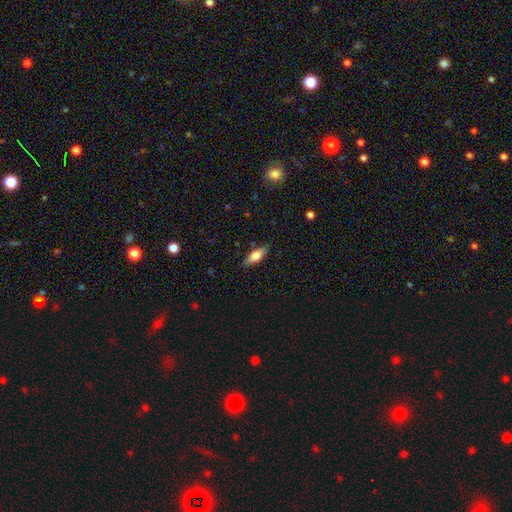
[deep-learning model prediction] This appears to be a smooth galaxy with no disk features (67%) that is in between round and cigar-shaped (68%). Merging: none (84%).